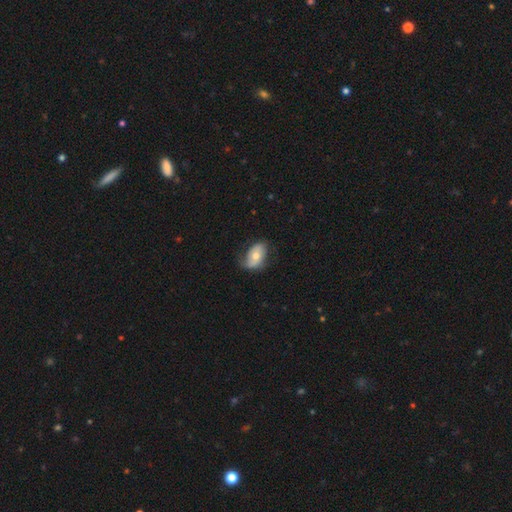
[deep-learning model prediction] The model was most divided on "smooth or featured": featured or disk: 51%, smooth: 42%, star or artifact: 7%. More confident: edge-on disk — no (93%); merging — none (55%).